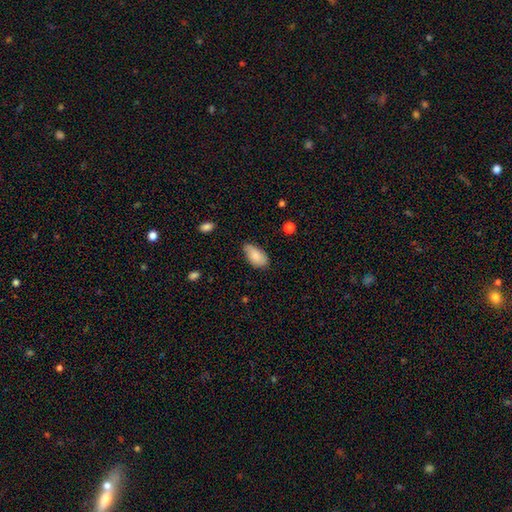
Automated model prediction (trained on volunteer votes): Smooth or featured? Predicted: smooth (p=0.83). How rounded? Predicted: in between (p=0.94). Merging? Predicted: none (p=0.66).